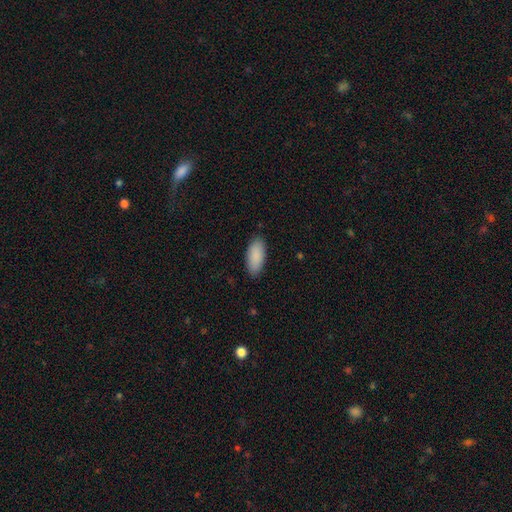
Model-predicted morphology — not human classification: Smooth or featured?
  - smooth: 90% *
  - star or artifact: 6%
  - featured or disk: 4%
How rounded?
  - in between: 88% *
  - cigar-shaped: 10%
  - round: 2%
Merging?
  - none: 88% *
  - minor disturbance: 10%
  - major disturbance: 2%
  - merger: 1%